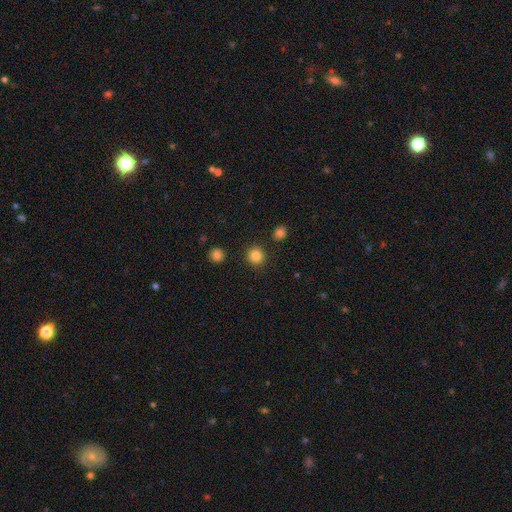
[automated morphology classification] Smooth or featured? smooth (85%)
How rounded? round (93%)
Merging? none (91%)